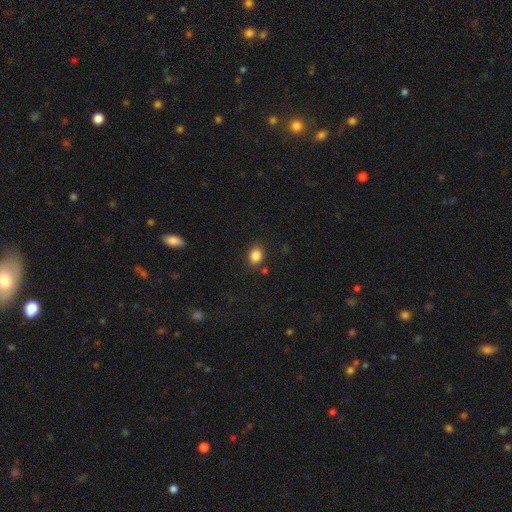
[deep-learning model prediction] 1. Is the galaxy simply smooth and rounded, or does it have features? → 86% smooth, 10% star or artifact, 4% featured or disk.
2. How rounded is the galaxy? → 51% round, 48% in between, 1% cigar-shaped.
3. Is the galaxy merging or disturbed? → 83% none, 10% minor disturbance, 4% merger, 3% major disturbance.